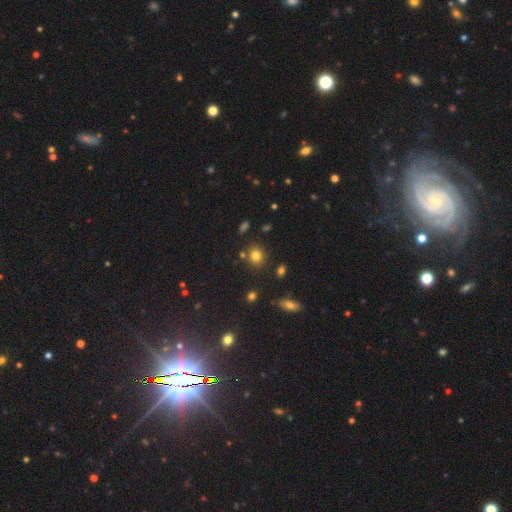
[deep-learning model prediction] Smooth or featured?
  - smooth: 78% *
  - star or artifact: 14%
  - featured or disk: 8%
How rounded?
  - round: 75% *
  - in between: 24%
  - cigar-shaped: 1%
Merging?
  - none: 80% *
  - minor disturbance: 10%
  - merger: 7%
  - major disturbance: 3%